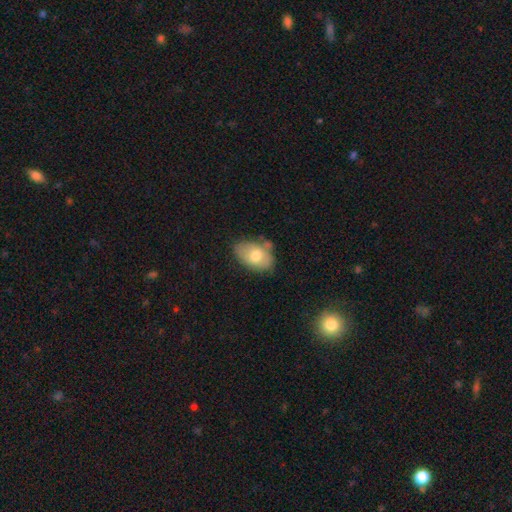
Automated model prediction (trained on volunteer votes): Smooth or featured? smooth (69%)
How rounded? in between (89%)
Merging? none (57%)